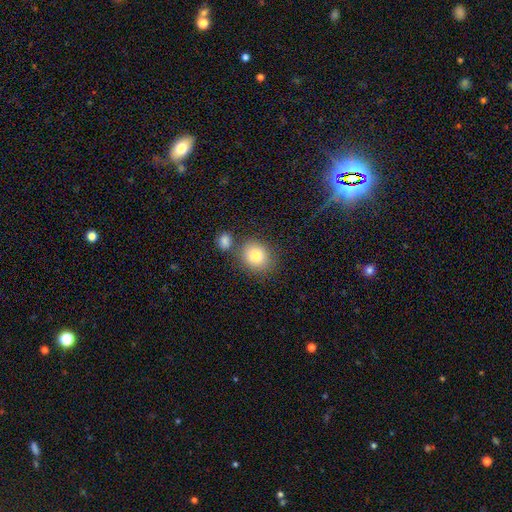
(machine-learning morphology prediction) A smooth galaxy with no disk features (82%) that is round (69%). Merging: none (69%).